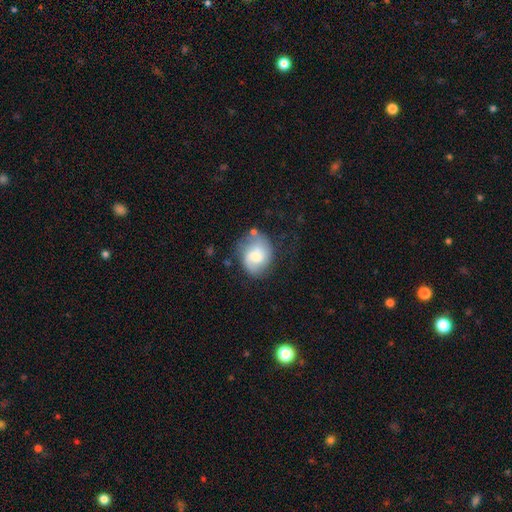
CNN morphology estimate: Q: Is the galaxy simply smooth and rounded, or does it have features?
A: featured or disk — 53%.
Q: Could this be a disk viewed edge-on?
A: no — 98%.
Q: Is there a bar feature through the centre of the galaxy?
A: no — 47%.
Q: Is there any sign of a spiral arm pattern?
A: yes — 86%.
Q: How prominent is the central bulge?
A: moderate — 41%.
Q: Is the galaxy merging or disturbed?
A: none — 58%.